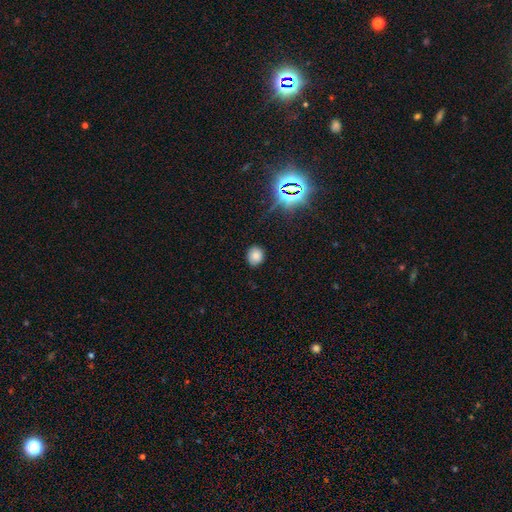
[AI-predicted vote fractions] This is likely a smooth galaxy (77%). How rounded: likely round (74%). Merging: clearly none (85%).